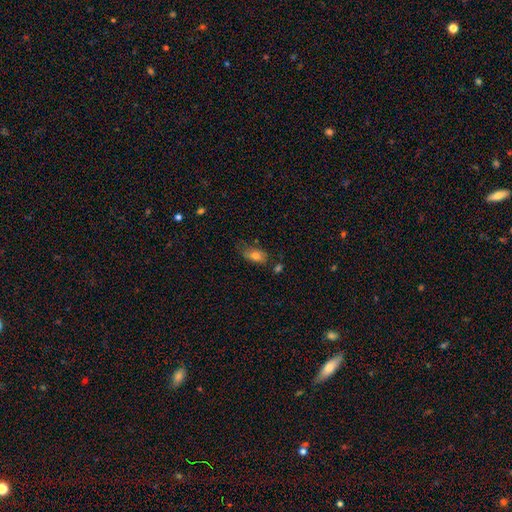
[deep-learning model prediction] This is likely a smooth galaxy (75%). How rounded: clearly in between (88%). Merging: possibly none (56%).